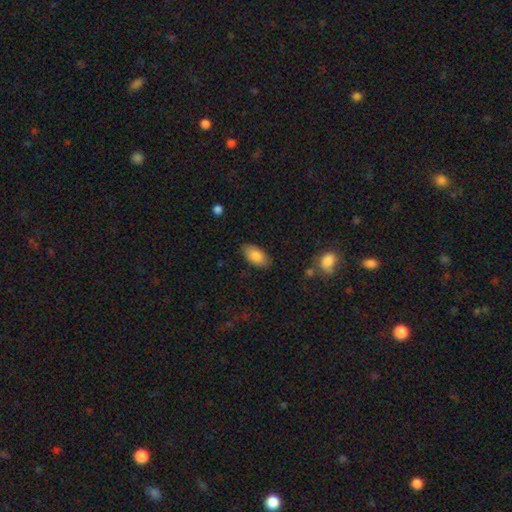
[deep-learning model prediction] A smooth galaxy with no disk features (85%) that is in between round and cigar-shaped (93%). Merging: none (84%).